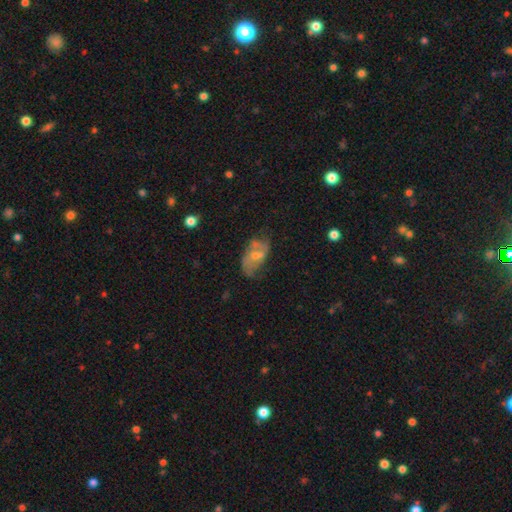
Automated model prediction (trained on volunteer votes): Smooth or featured? featured or disk (53%)
Edge-on disk? no (94%)
Merging? none (47%)